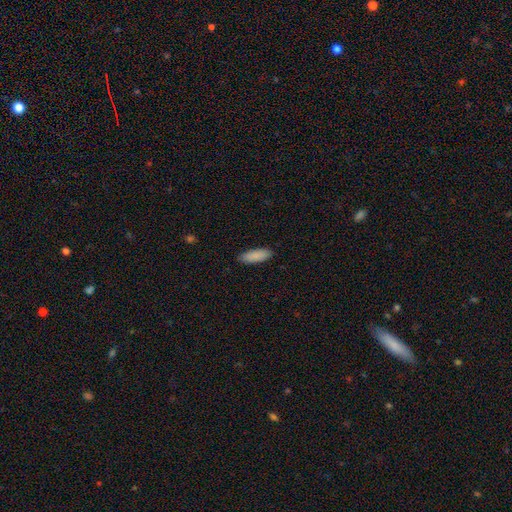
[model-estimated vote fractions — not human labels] Smooth or featured? smooth (89%)
How rounded? in between (65%)
Merging? none (88%)